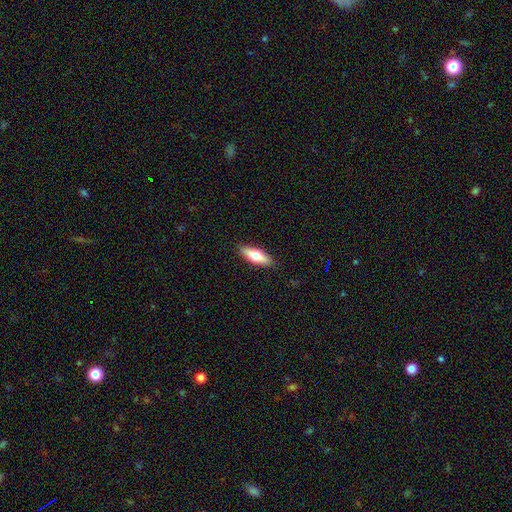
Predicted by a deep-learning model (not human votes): A smooth galaxy with no disk features (67%) that is in between round and cigar-shaped (59%).

Vote fractions:
- Smooth or featured? smooth: 67% / featured or disk: 27% / star or artifact: 6%
- How rounded? in between: 59% / cigar-shaped: 38% / round: 2%
- Merging? none: 89% / minor disturbance: 8% / major disturbance: 2% / merger: 1%